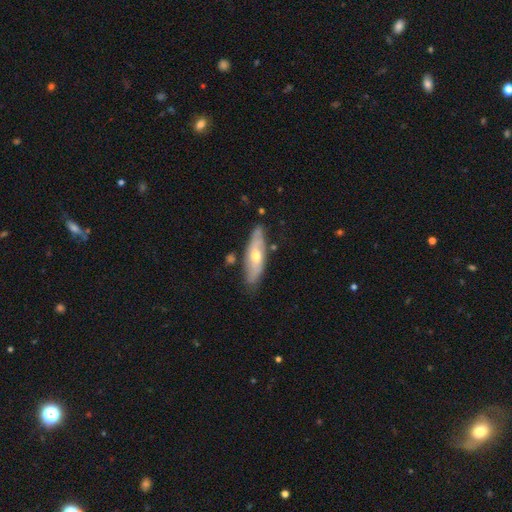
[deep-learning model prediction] Smooth or featured?
  - featured or disk: 55% *
  - smooth: 39%
  - star or artifact: 6%
Edge-on disk?
  - no: 56% *
  - yes: 44%
Merging?
  - none: 78% *
  - minor disturbance: 15%
  - merger: 4%
  - major disturbance: 3%